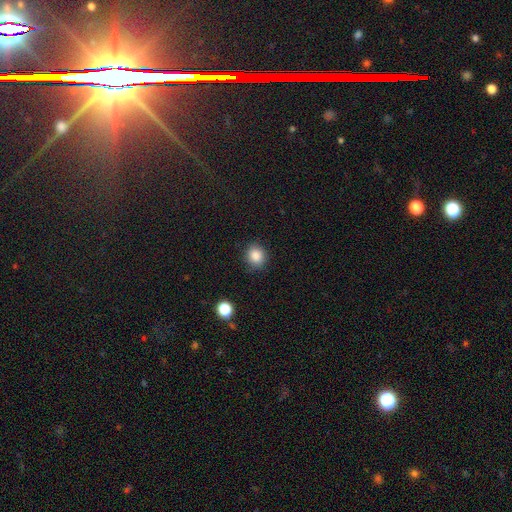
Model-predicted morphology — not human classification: Smooth or featured? smooth (86%)
How rounded? round (82%)
Merging? none (86%)